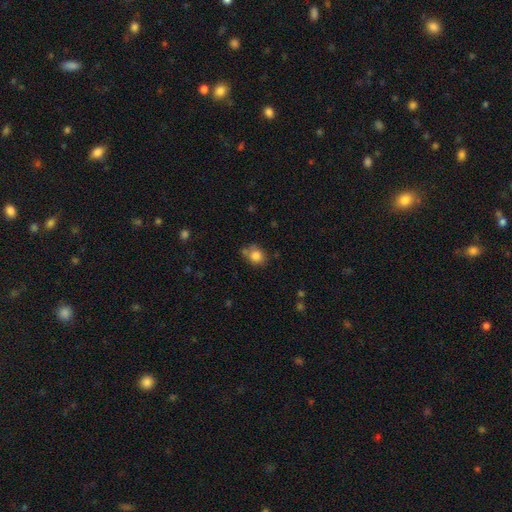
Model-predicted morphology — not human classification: Q: Smooth or featured?
A: smooth (82%); runner-up: star or artifact (10%)
Q: How rounded?
A: round (65%); runner-up: in between (34%)
Q: Merging?
A: none (61%); runner-up: minor disturbance (22%)